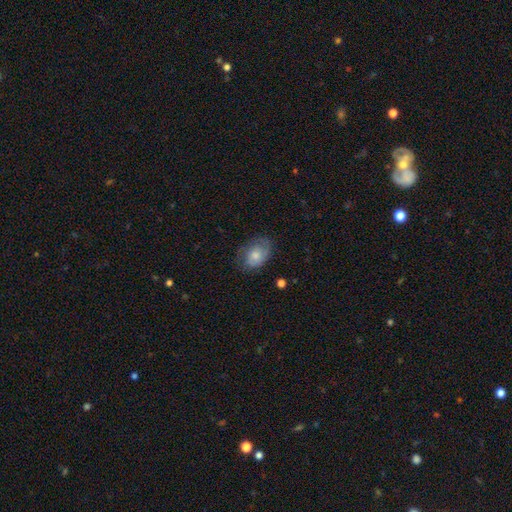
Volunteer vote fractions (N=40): A smooth galaxy with no disk features (55%) that is in between round and cigar-shaped (82%).

Vote fractions:
- Smooth or featured? smooth: 55% / featured or disk: 38% / star or artifact: 8%
- How rounded? in between: 82% / round: 14% / cigar-shaped: 5%
- Merging? none: 76% / minor disturbance: 16% / major disturbance: 8% / merger: 0%